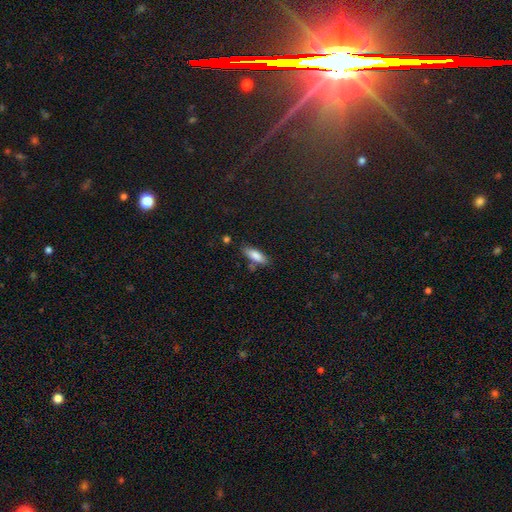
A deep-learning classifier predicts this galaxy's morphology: type=smooth (82%); roundness=in between (63%); merging=none (71%).